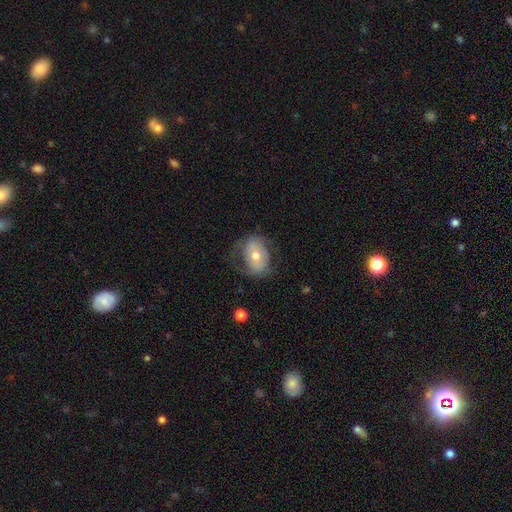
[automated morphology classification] Smooth or featured? smooth (51%)
How rounded? in between (68%)
Merging? none (58%)